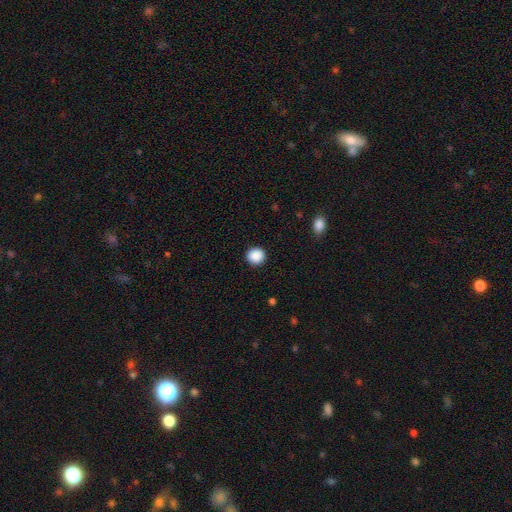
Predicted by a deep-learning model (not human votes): This appears to be a smooth galaxy with no disk features (89%) that is round (91%). Merging: none (92%).